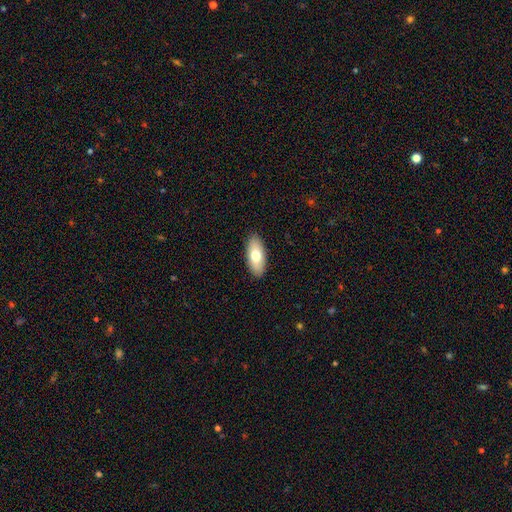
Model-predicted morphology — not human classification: Smooth or featured: smooth — 72% (featured or disk — 21%)
How rounded: in between — 88% (cigar-shaped — 10%)
Merging: none — 90% (minor disturbance — 8%)